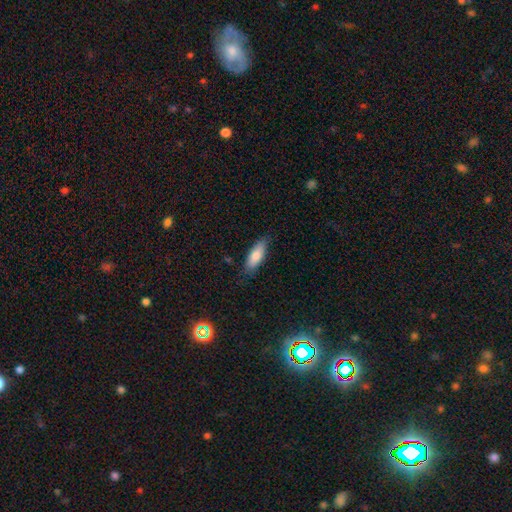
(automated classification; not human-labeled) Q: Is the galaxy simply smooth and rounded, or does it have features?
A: smooth — 78%.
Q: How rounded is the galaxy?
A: in between — 64%.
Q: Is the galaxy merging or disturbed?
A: none — 79%.